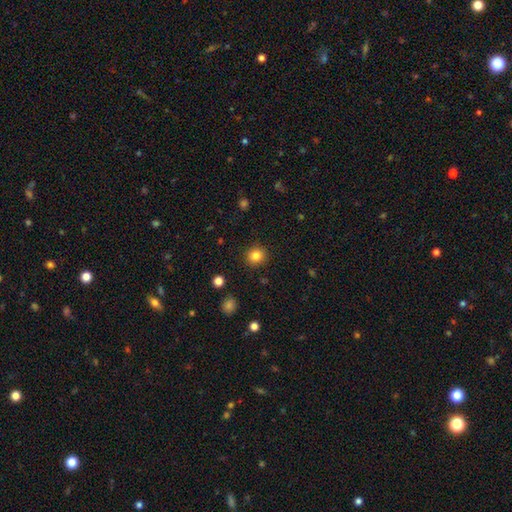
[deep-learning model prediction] smooth 83%, star or artifact 12%, featured or disk 5%. Down the decision tree: how rounded — round (88%); merging — none (91%).